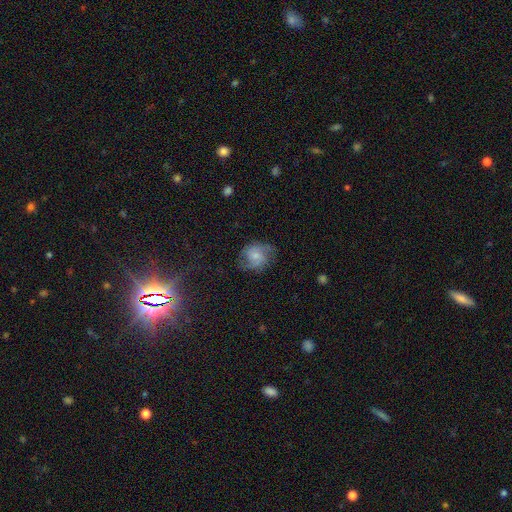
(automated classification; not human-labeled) This appears to be a featured or disk galaxy (48%). Merging: none (62%).